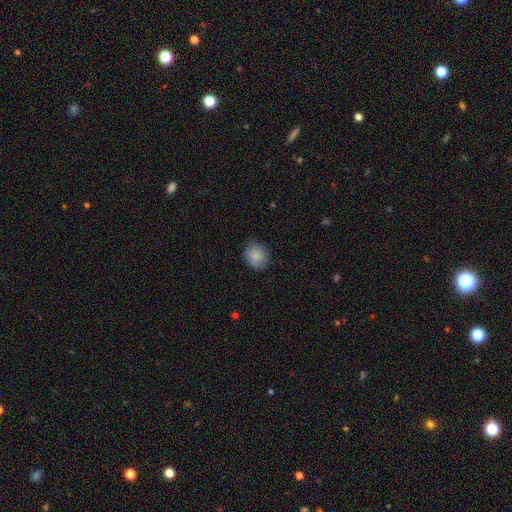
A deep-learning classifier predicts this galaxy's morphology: smooth_or_featured: smooth (p=0.86) [alt: star or artifact p=0.08]
how_rounded: round (p=0.70) [alt: in between p=0.29]
merging: none (p=0.81) [alt: minor disturbance p=0.15]